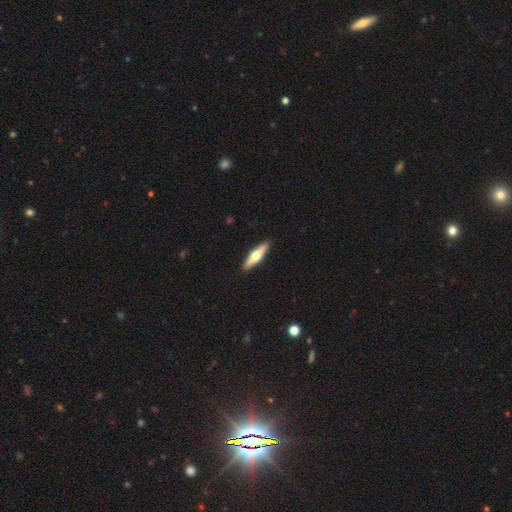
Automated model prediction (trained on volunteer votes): Smooth or featured? featured or disk (50%)
Merging? none (91%)